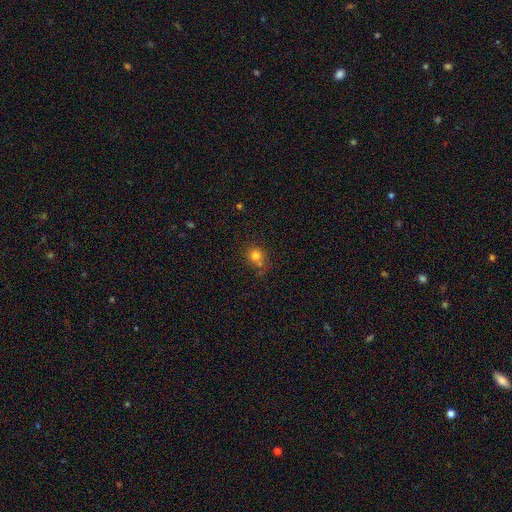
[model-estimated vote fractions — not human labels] This appears to be a smooth galaxy with no disk features (77%) that is round (80%). Merging: none (57%).